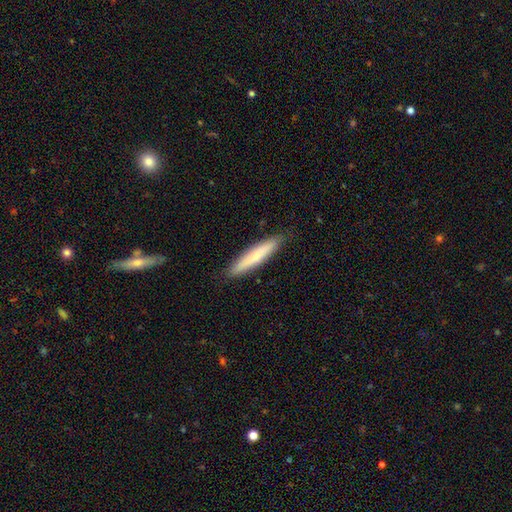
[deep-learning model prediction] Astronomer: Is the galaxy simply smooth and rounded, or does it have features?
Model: smooth — 71%.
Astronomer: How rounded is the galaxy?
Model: cigar-shaped — 92%.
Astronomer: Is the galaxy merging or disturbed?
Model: none — 89%.